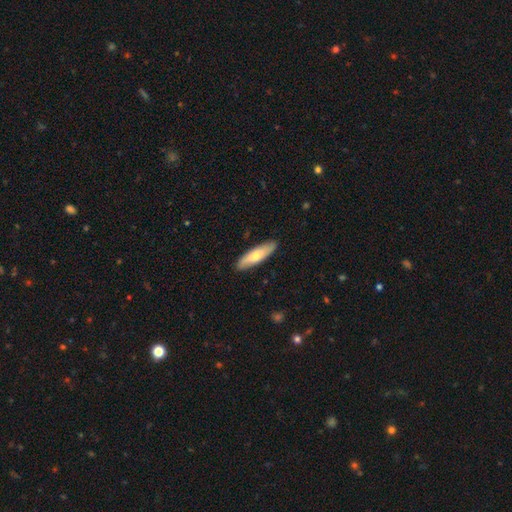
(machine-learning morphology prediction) Smooth or featured: smooth — 65% (featured or disk — 30%)
How rounded: cigar-shaped — 61% (in between — 37%)
Merging: none — 88% (minor disturbance — 9%)